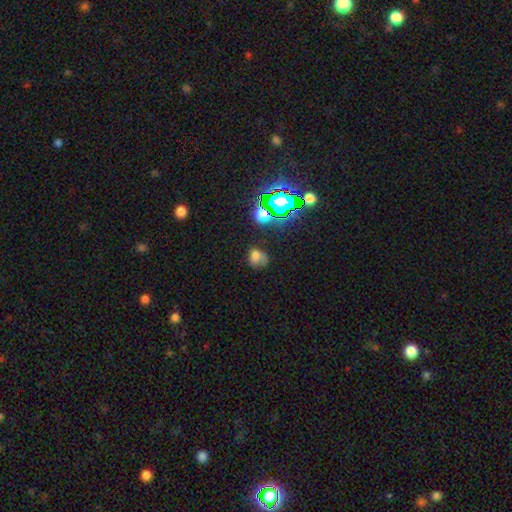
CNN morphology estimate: Overall: smooth (63%). How rounded: round (54%; in between 44%). Merging: none (44%; minor disturbance 29%).